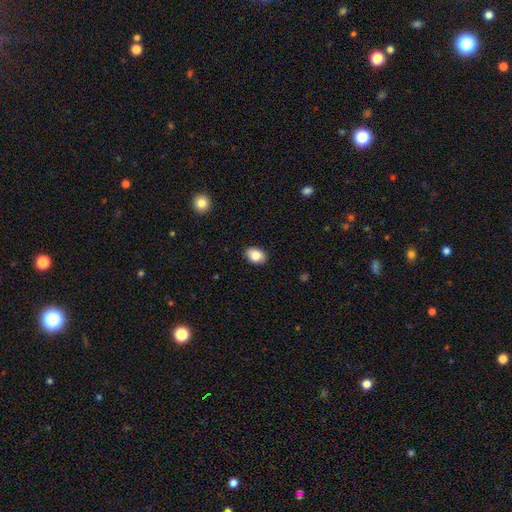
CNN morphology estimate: This is clearly a smooth galaxy (84%). How rounded: likely in between (74%). Merging: clearly none (89%).